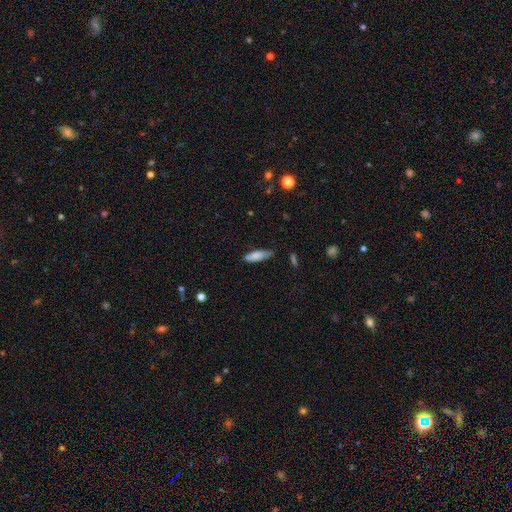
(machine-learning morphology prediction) Overall: smooth (81%). How rounded: cigar-shaped (55%; in between 43%). Merging: none (65%; minor disturbance 28%).